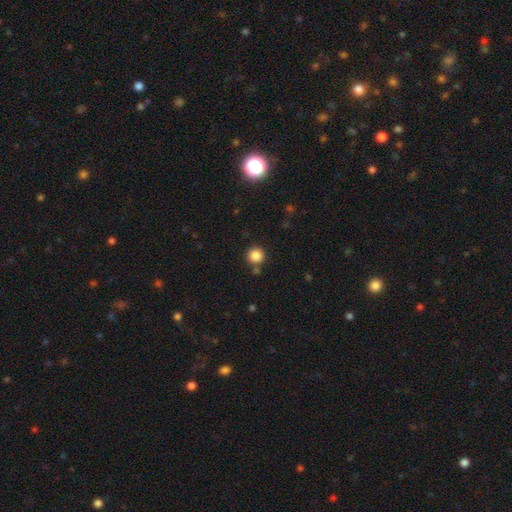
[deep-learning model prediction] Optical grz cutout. It shows a smooth galaxy with no disk features (85%) that is round (95%). Merging: none (83%).